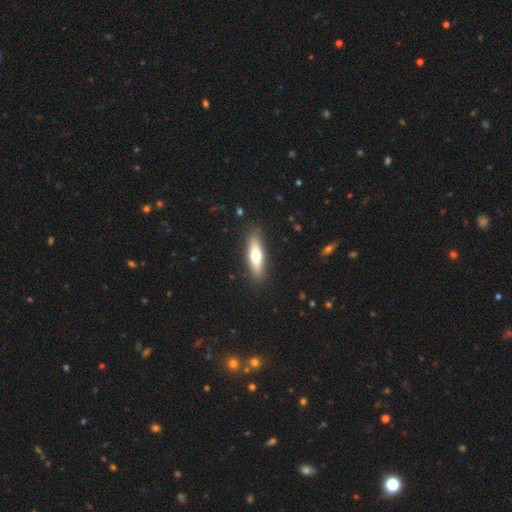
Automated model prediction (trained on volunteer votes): smooth-or-featured: smooth: 60% | featured or disk: 34% | star or artifact: 6%
  how-rounded: cigar-shaped: 59% | in between: 39% | round: 2%
  merging: none: 88% | minor disturbance: 9% | major disturbance: 2% | merger: 1%